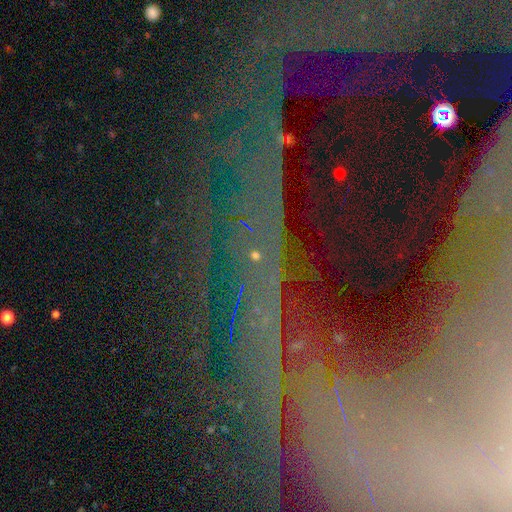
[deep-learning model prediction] Overall: star or artifact (84%).